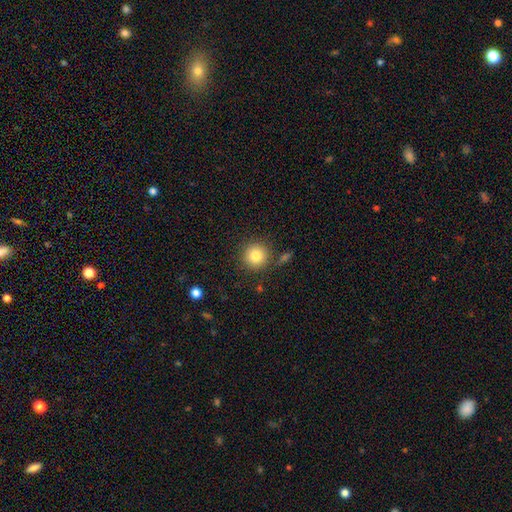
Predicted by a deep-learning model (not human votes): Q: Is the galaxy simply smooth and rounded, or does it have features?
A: smooth — 82%.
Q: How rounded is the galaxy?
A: round — 94%.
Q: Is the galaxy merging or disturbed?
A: none — 85%.